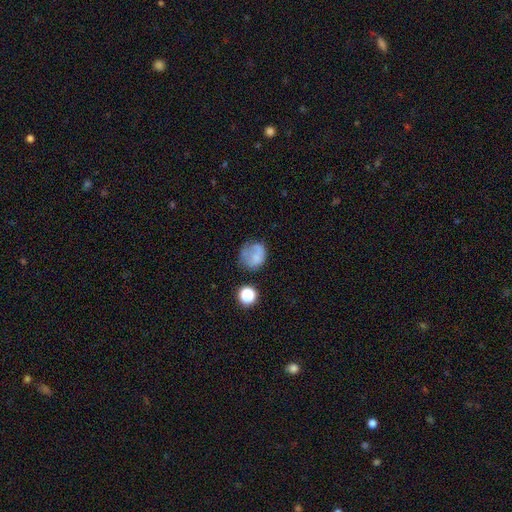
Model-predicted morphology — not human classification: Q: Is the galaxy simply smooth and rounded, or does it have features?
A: smooth — 67%.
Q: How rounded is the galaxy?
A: round — 73%.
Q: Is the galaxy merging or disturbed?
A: none — 48%.